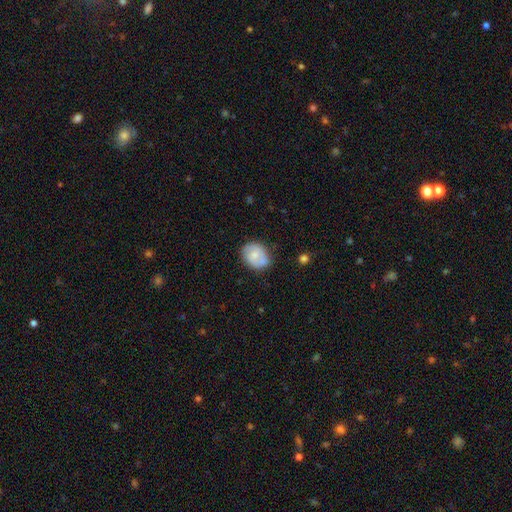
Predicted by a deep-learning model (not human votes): Smooth or featured: smooth — 62% (featured or disk — 31%)
How rounded: in between — 53% (round — 46%)
Merging: none — 65% (minor disturbance — 24%)